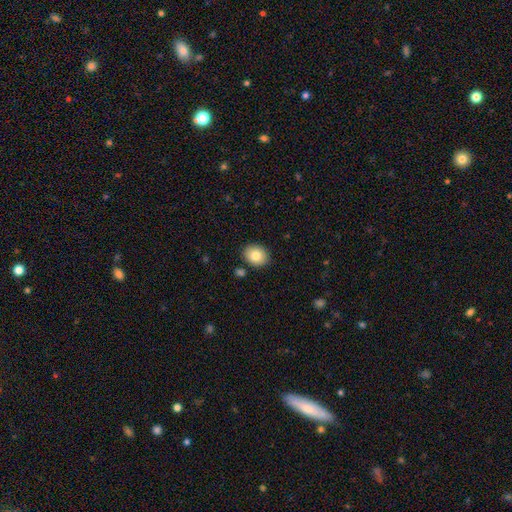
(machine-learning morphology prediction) Q: Smooth or featured?
A: smooth (83%); runner-up: featured or disk (9%)
Q: How rounded?
A: round (52%); runner-up: in between (47%)
Q: Merging?
A: none (87%); runner-up: minor disturbance (8%)